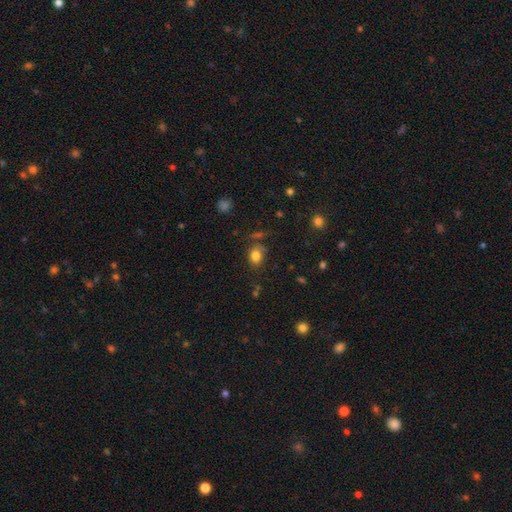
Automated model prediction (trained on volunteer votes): smooth-or-featured: smooth: 80% | star or artifact: 12% | featured or disk: 8%
  how-rounded: in between: 63% | round: 35% | cigar-shaped: 1%
  merging: none: 68% | minor disturbance: 18% | major disturbance: 7% | merger: 7%